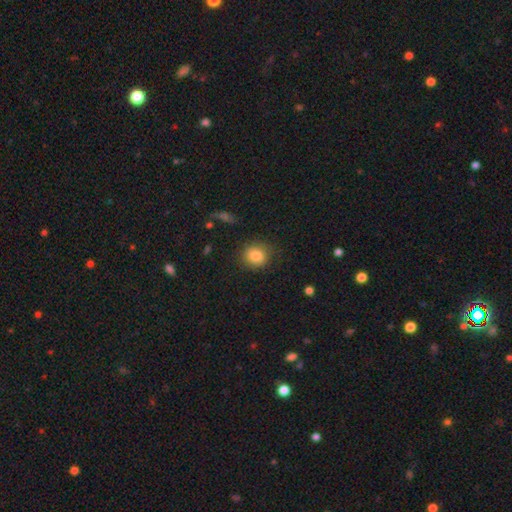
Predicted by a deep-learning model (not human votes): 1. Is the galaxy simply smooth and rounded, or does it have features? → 84% smooth, 9% star or artifact, 6% featured or disk.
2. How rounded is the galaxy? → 74% round, 25% in between, 1% cigar-shaped.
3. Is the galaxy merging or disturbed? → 82% none, 13% minor disturbance, 4% major disturbance, 1% merger.